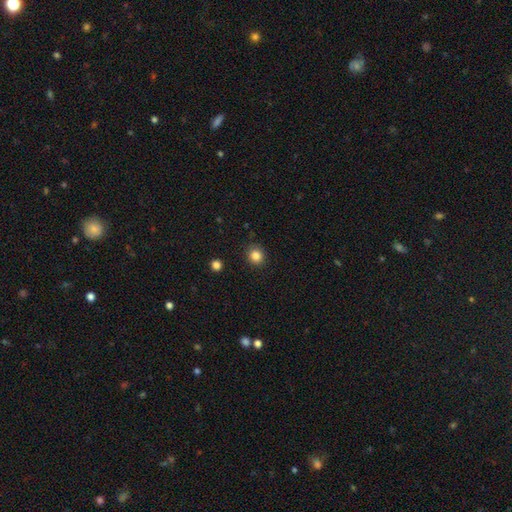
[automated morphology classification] Smooth or featured? smooth (84%)
How rounded? round (87%)
Merging? none (90%)